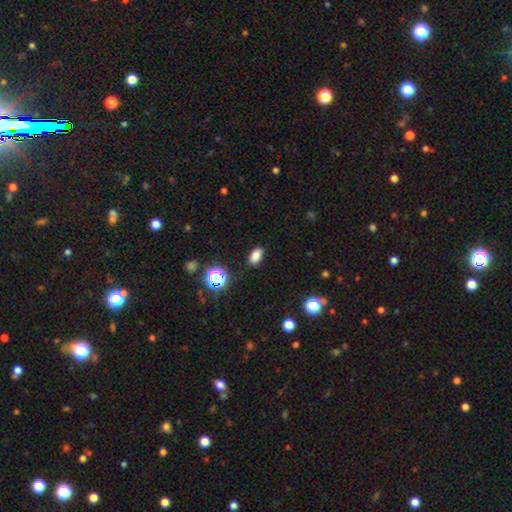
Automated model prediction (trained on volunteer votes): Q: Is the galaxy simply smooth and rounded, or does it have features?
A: smooth — 83%.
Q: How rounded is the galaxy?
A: in between — 88%.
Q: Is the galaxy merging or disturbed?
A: none — 87%.